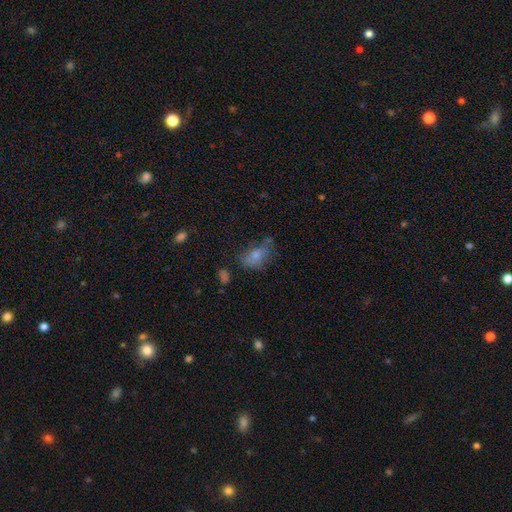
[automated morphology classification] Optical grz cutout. It shows a smooth galaxy with no disk features (70%) that is in between round and cigar-shaped (82%). Merging: none (47%).